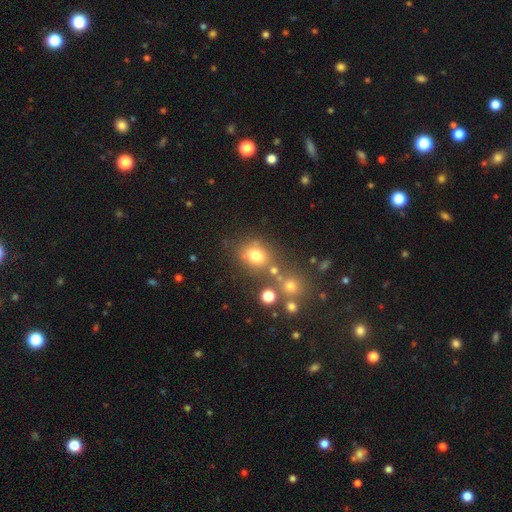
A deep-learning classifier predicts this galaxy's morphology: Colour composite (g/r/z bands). It shows a smooth galaxy with no disk features (72%) that is round (63%). Merging: none (65%).